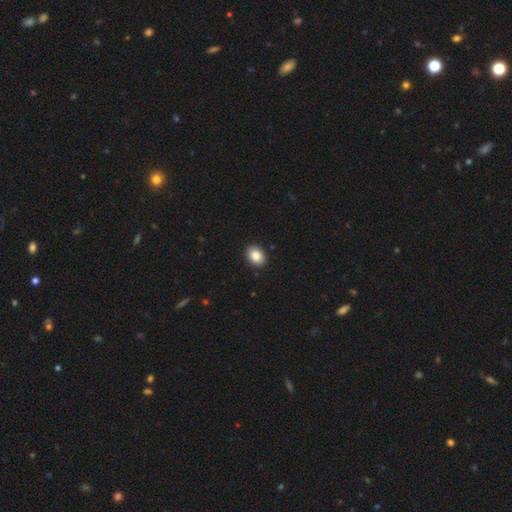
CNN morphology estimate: This appears to be a smooth galaxy with no disk features (87%) that is in between round and cigar-shaped (66%). Merging: none (91%).